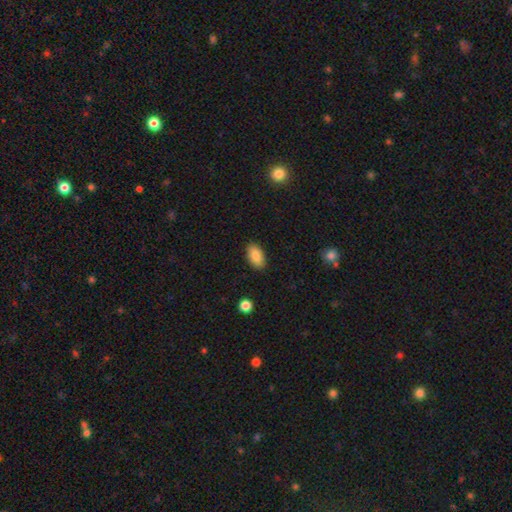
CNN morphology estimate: Overall: smooth (86%). How rounded: in between (93%). Merging: none (88%).